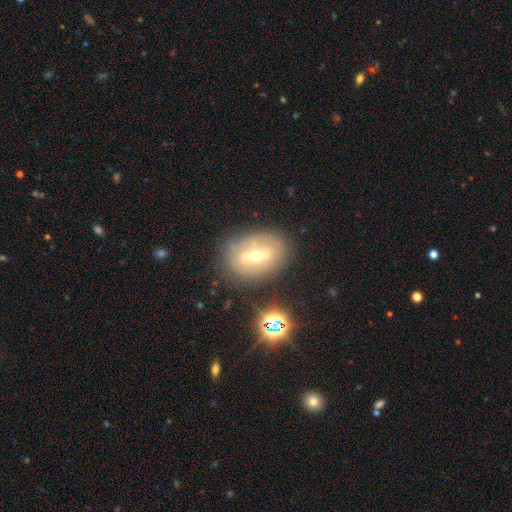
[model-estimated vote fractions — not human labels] A featured or disk galaxy (58%).

Vote fractions:
- Smooth or featured? featured or disk: 58% / smooth: 30% / star or artifact: 12%
- Edge-on disk? no: 84% / yes: 16%
- Merging? none: 76% / minor disturbance: 15% / major disturbance: 5% / merger: 4%